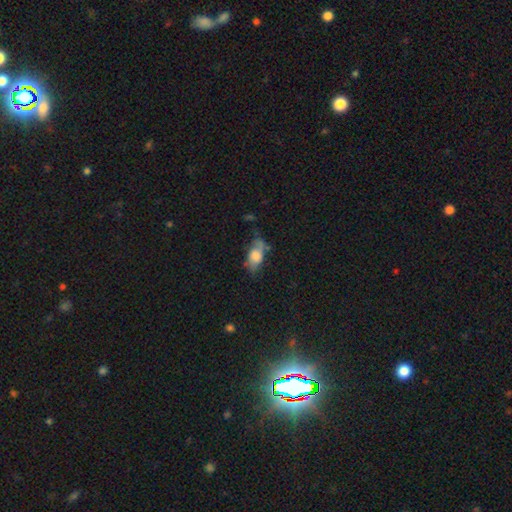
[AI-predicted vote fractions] smooth_or_featured: smooth (p=0.61) [alt: featured or disk p=0.30]
how_rounded: in between (p=0.86) [alt: round p=0.07]
merging: none (p=0.47) [alt: minor disturbance p=0.31]